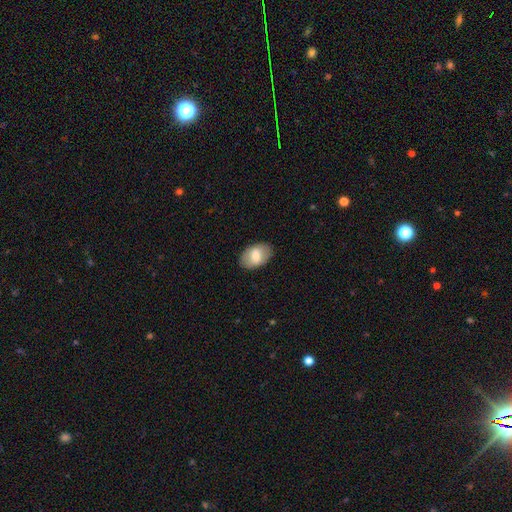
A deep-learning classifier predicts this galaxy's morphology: This is likely a smooth galaxy (73%). How rounded: clearly in between (91%). Merging: clearly none (86%).